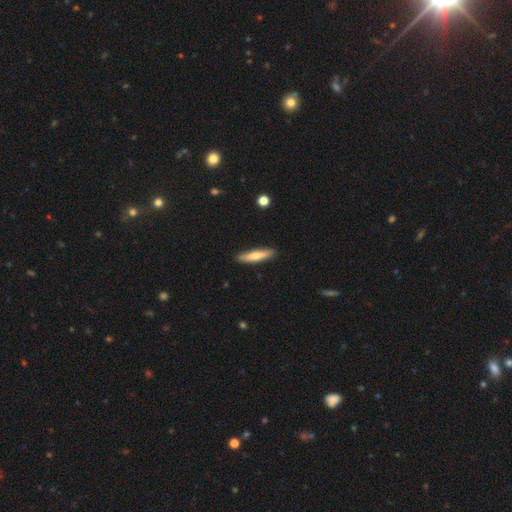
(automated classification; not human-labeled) smooth-or-featured: smooth: 64% | featured or disk: 31% | star or artifact: 6%
  how-rounded: cigar-shaped: 82% | in between: 17% | round: 2%
  merging: none: 89% | minor disturbance: 8% | major disturbance: 2% | merger: 1%